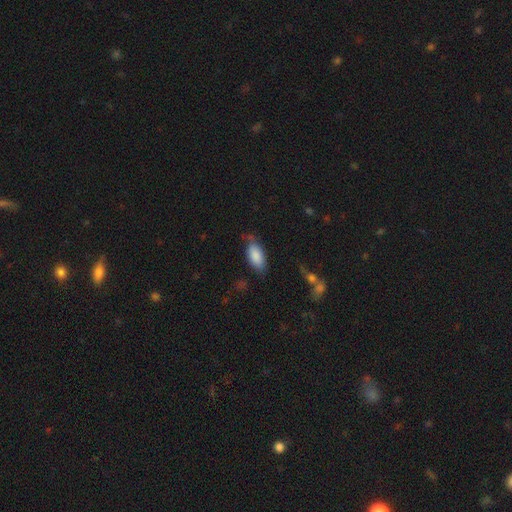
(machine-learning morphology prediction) This appears to be a smooth galaxy with no disk features (84%) that is in between round and cigar-shaped (90%). Merging: none (63%).